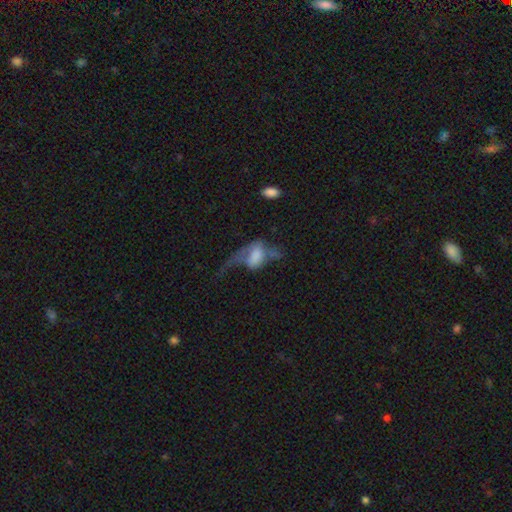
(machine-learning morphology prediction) type=smooth (49%); merging=major disturbance (64%).